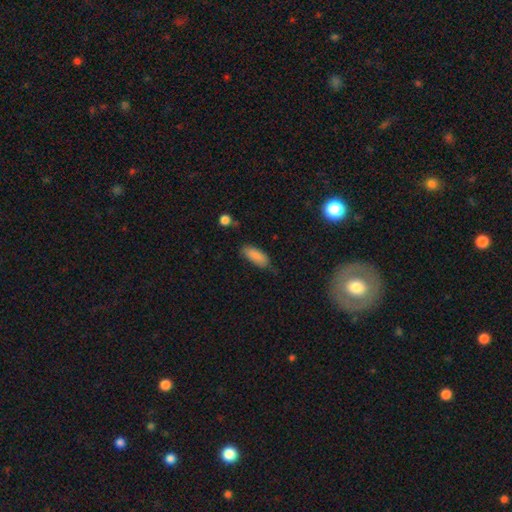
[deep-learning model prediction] Morphology: type=smooth (86%); roundness=in between (80%); merging=none (64%).